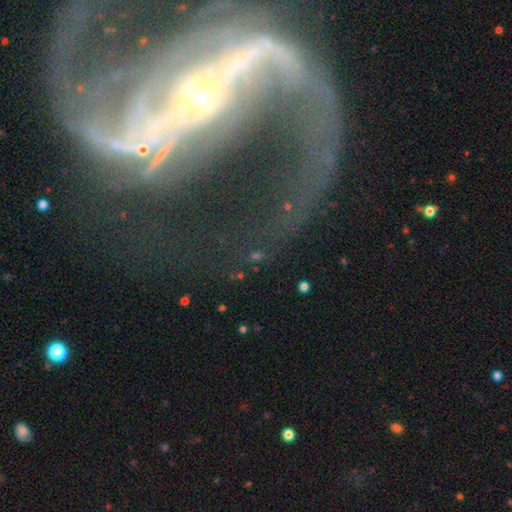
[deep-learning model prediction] smooth_or_featured: star or artifact (p=0.60) [alt: smooth p=0.20]